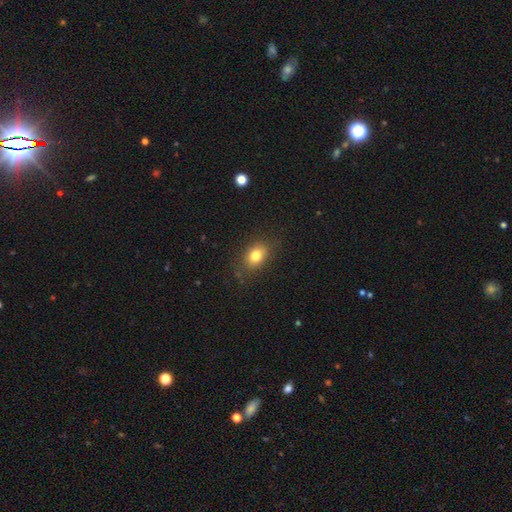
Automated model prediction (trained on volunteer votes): Overall: smooth (79%). How rounded: in between (68%; round 30%). Merging: none (82%).